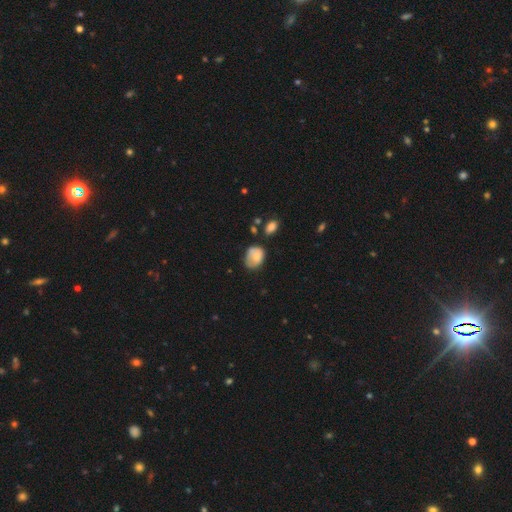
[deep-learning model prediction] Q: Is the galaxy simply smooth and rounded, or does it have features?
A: smooth — 73%.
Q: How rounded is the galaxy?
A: in between — 57%.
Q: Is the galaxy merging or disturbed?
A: none — 44%.